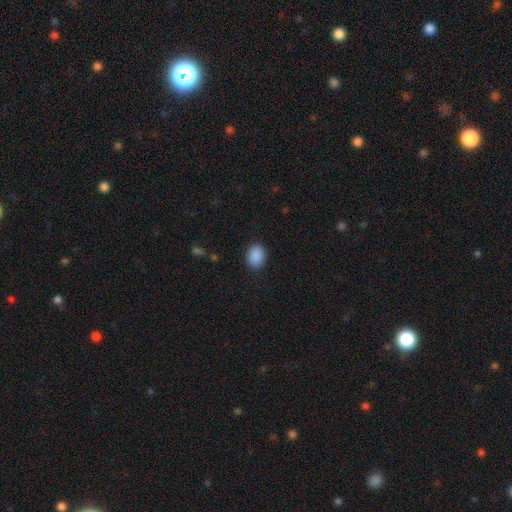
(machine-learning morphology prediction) A smooth galaxy with no disk features (90%) that is in between round and cigar-shaped (65%).

Vote fractions:
- Smooth or featured? smooth: 90% / star or artifact: 8% / featured or disk: 2%
- How rounded? in between: 65% / round: 34% / cigar-shaped: 1%
- Merging? none: 88% / minor disturbance: 9% / major disturbance: 3% / merger: 1%